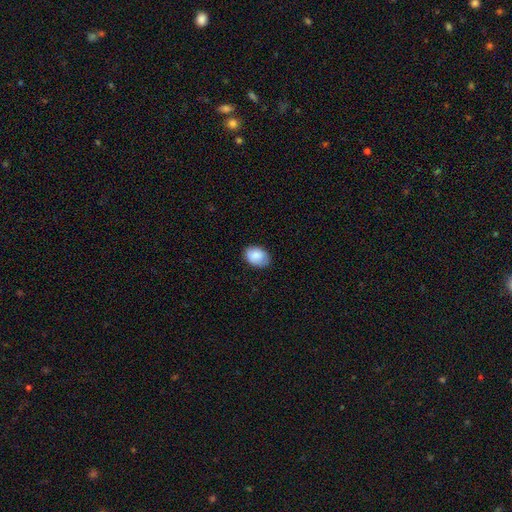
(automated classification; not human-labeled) smooth 85%, featured or disk 7%, star or artifact 7%. Down the decision tree: how rounded — in between (76%); merging — none (77%).